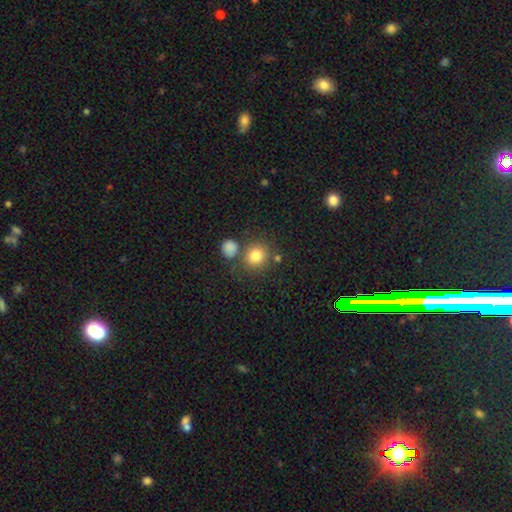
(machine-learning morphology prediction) Q: Smooth or featured?
A: smooth (81%); runner-up: star or artifact (12%)
Q: How rounded?
A: round (86%); runner-up: in between (13%)
Q: Merging?
A: none (71%); runner-up: merger (14%)